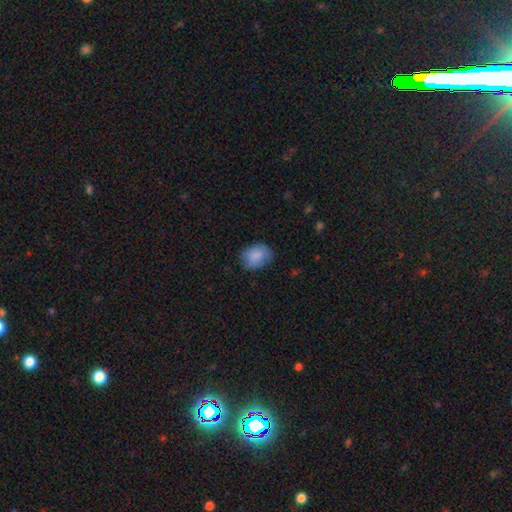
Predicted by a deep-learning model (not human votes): A smooth galaxy with no disk features (86%) that is in between round and cigar-shaped (65%). Merging: none (75%).